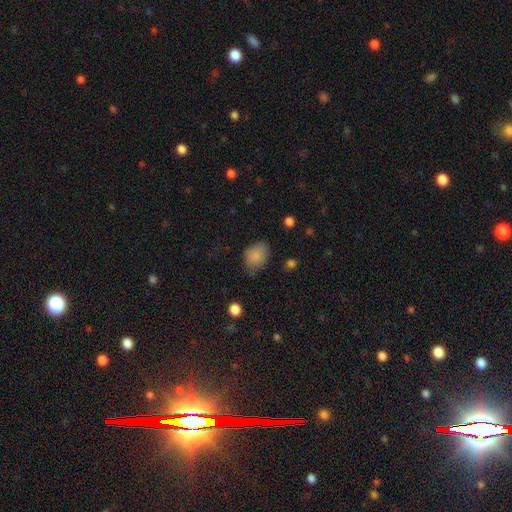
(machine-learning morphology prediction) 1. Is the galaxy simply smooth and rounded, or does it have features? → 85% smooth, 8% star or artifact, 6% featured or disk.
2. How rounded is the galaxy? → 71% in between, 28% round, 1% cigar-shaped.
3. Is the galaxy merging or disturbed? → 66% none, 26% minor disturbance, 6% major disturbance, 2% merger.